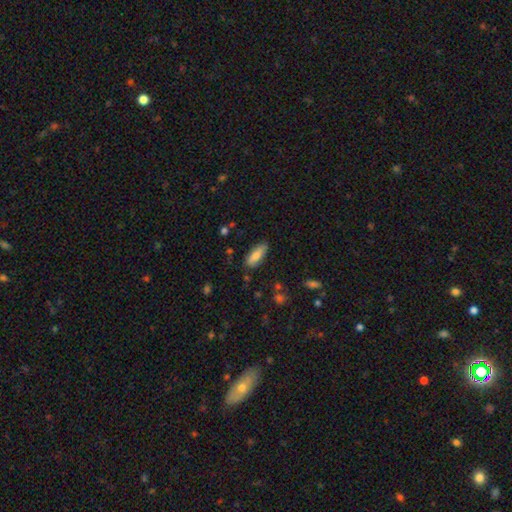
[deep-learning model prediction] Morphology: type=smooth (77%); roundness=in between (68%); merging=none (78%).